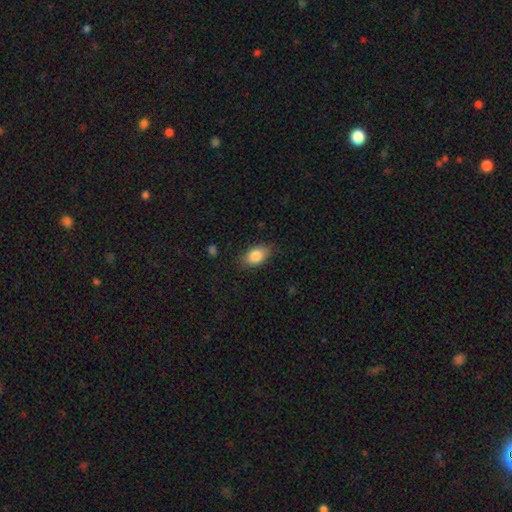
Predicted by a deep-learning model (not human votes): The model was most divided on "merging": none: 80%, minor disturbance: 16%, major disturbance: 4%, merger: 1%. More confident: how rounded — in between (88%); smooth or featured — smooth (86%).